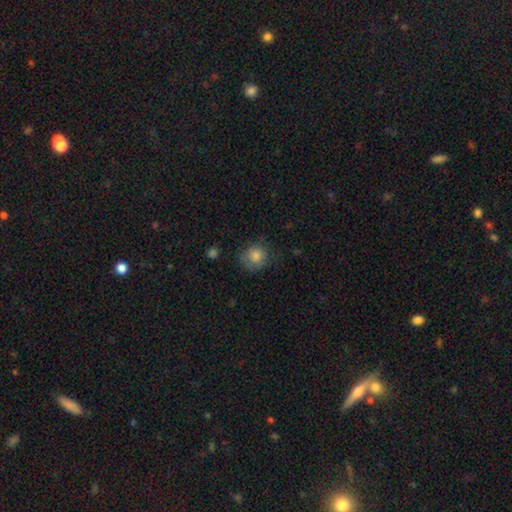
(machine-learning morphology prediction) Overall: smooth (80%). How rounded: round (86%). Merging: none (69%).